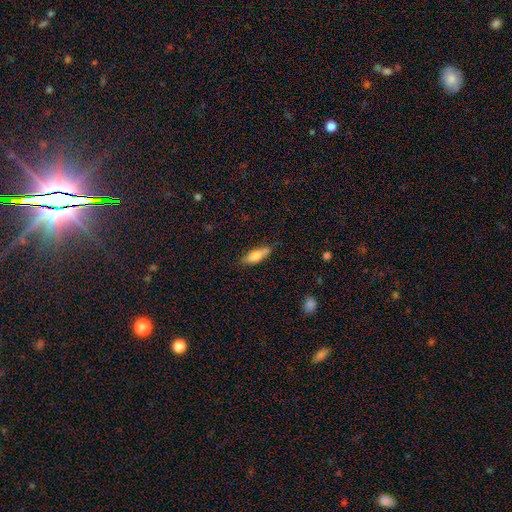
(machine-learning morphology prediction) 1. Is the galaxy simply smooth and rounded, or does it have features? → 73% smooth, 20% featured or disk, 6% star or artifact.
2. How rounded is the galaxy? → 51% in between, 47% cigar-shaped, 2% round.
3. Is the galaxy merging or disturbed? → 74% none, 20% minor disturbance, 4% major disturbance, 2% merger.